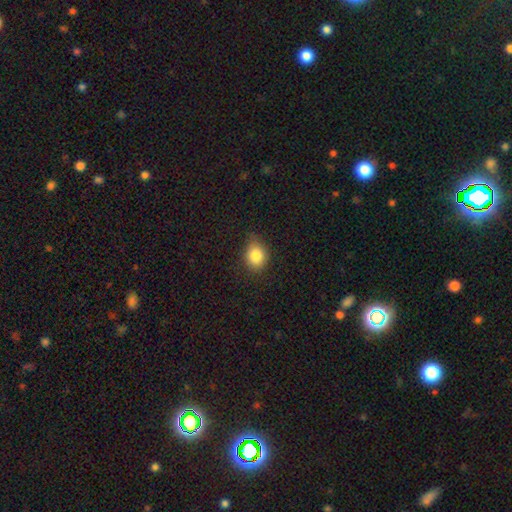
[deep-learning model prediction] Morphology: type=smooth (83%); roundness=round (54%); merging=none (72%).